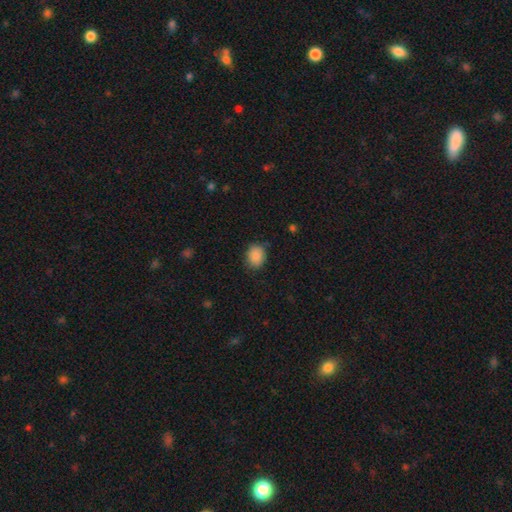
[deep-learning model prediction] smooth_or_featured: smooth (p=0.88) [alt: star or artifact p=0.08]
how_rounded: round (p=0.51) [alt: in between p=0.49]
merging: none (p=0.81) [alt: minor disturbance p=0.14]